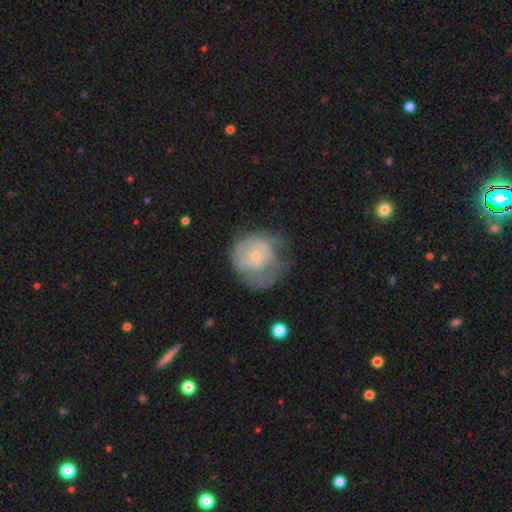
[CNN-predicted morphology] smooth_or_featured: featured or disk (p=0.63) [alt: smooth p=0.30]
disk_edge_on: no (p=0.98) [alt: yes p=0.02]
bar: no (p=0.80) [alt: weak p=0.17]
has_spiral_arms: yes (p=0.70) [alt: no p=0.30]
bulge_size: small (p=0.75) [alt: moderate p=0.19]
merging: none (p=0.44) [alt: major disturbance p=0.28]